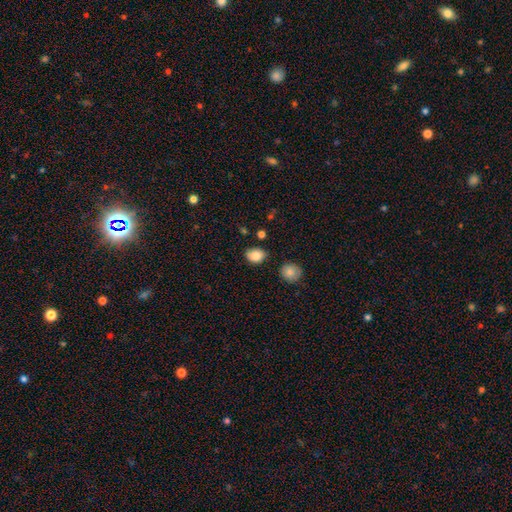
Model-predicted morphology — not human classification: The model was most divided on "how rounded": in between: 65%, round: 34%, cigar-shaped: 1%. More confident: smooth or featured — smooth (86%); merging — none (74%).